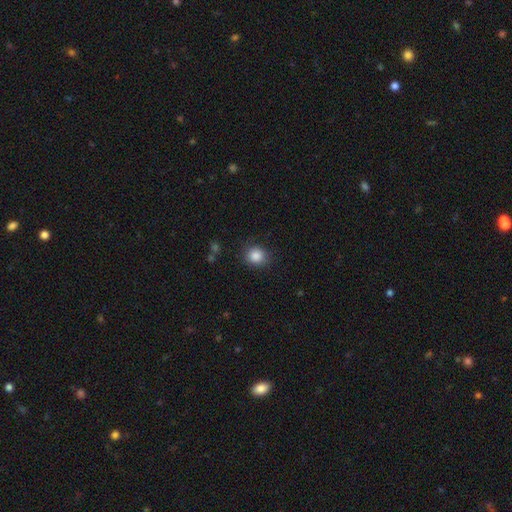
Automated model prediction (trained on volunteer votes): Smooth or featured: smooth — 86% (star or artifact — 9%)
How rounded: round — 80% (in between — 19%)
Merging: none — 83% (minor disturbance — 12%)